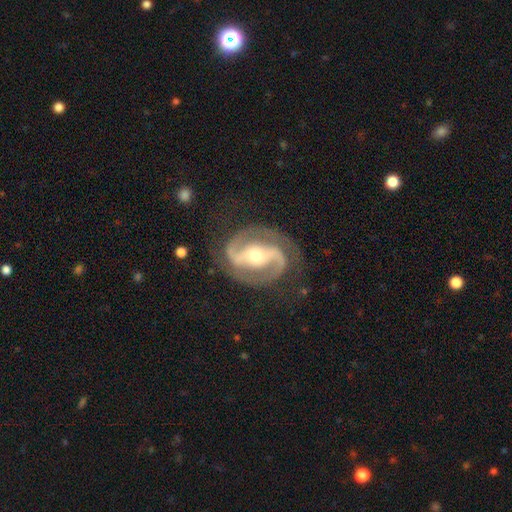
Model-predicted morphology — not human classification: Q: Smooth or featured?
A: featured or disk (92%); runner-up: star or artifact (4%)
Q: Edge-on disk?
A: no (97%); runner-up: yes (3%)
Q: Bar?
A: strong (47%); runner-up: weak (29%)
Q: Spiral arms?
A: yes (98%); runner-up: no (2%)
Q: Spiral winding?
A: medium (53%); runner-up: tight (35%)
Q: Spiral arm count?
A: 2 (92%); runner-up: 3 (3%)
Q: Bulge size?
A: moderate (53%); runner-up: small (42%)
Q: Merging?
A: none (80%); runner-up: minor disturbance (13%)